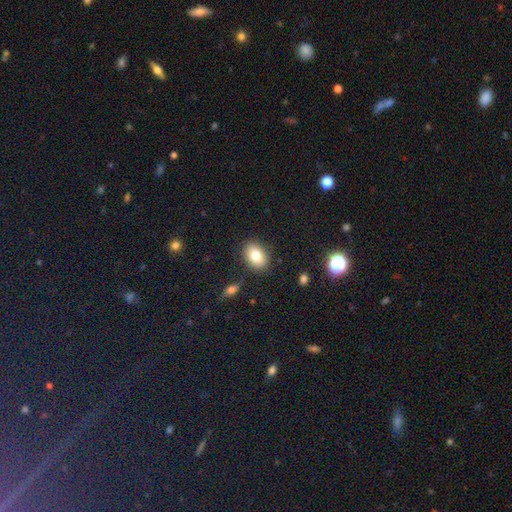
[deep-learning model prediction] smooth 81%, featured or disk 11%, star or artifact 9%. Down the decision tree: how rounded — in between (80%); merging — none (85%).